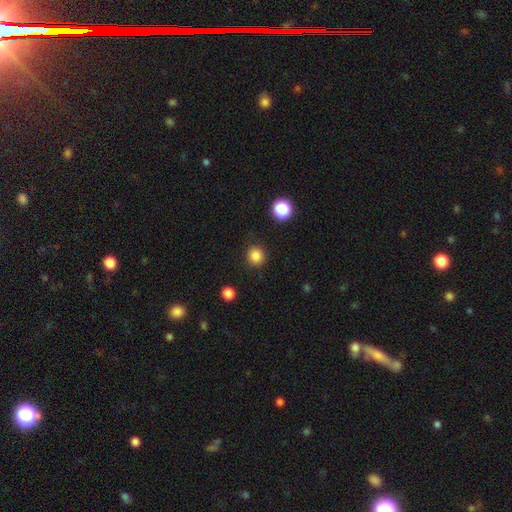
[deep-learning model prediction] Q: Smooth or featured?
A: smooth (85%); runner-up: star or artifact (12%)
Q: How rounded?
A: round (92%); runner-up: in between (7%)
Q: Merging?
A: none (90%); runner-up: minor disturbance (6%)